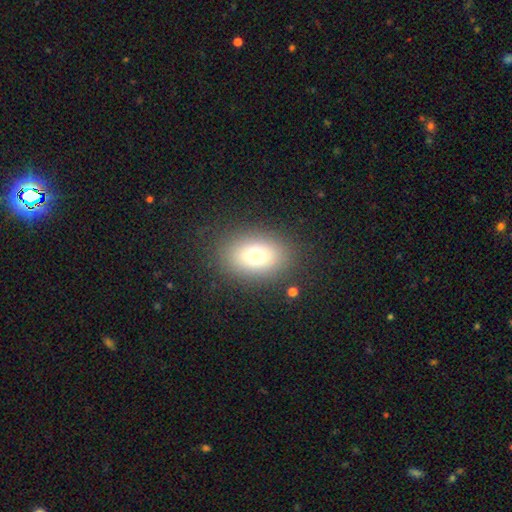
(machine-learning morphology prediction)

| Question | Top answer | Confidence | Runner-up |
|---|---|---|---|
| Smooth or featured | smooth | 74% | featured or disk (14%) |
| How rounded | in between | 75% | round (24%) |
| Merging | none | 85% | minor disturbance (10%) |